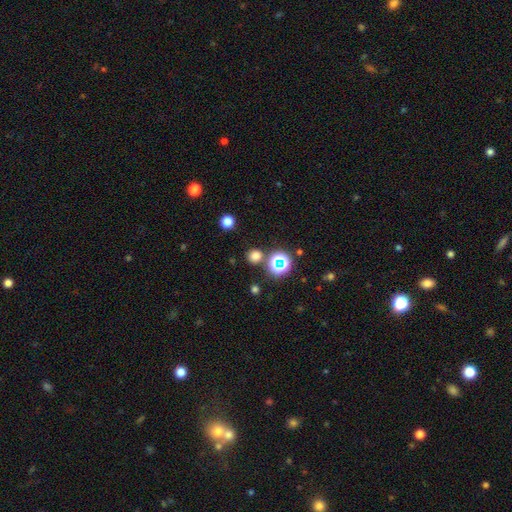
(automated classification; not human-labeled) This appears to be a smooth galaxy with no disk features (69%) that is round (89%). Merging: none (83%).